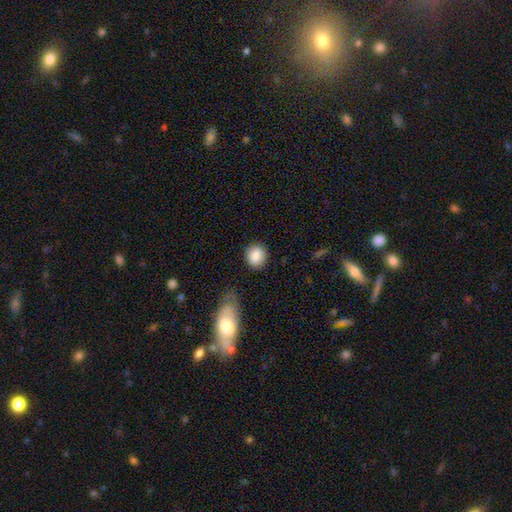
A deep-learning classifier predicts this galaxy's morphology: Q: Smooth or featured?
A: smooth (87%); runner-up: star or artifact (8%)
Q: How rounded?
A: round (79%); runner-up: in between (20%)
Q: Merging?
A: none (83%); runner-up: minor disturbance (11%)